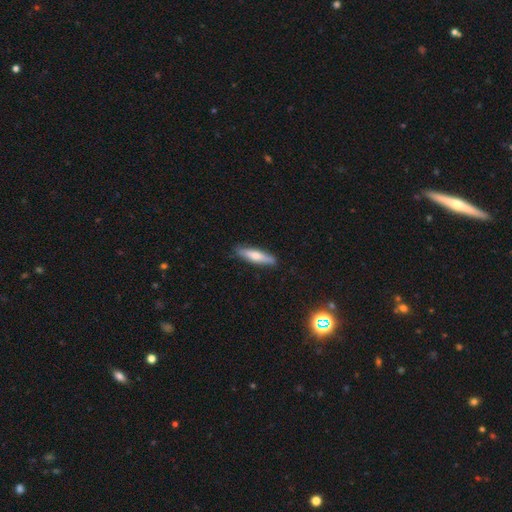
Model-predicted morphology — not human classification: Smooth or featured: smooth — 65% (featured or disk — 30%)
How rounded: cigar-shaped — 79% (in between — 20%)
Merging: none — 86% (minor disturbance — 11%)